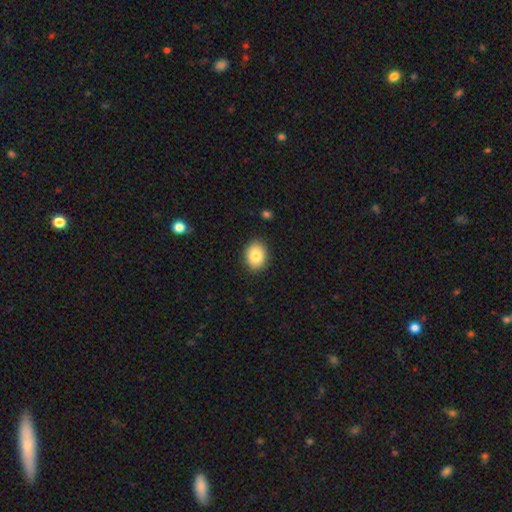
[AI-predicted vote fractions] smooth_or_featured: smooth (p=0.83) [alt: featured or disk p=0.09]
how_rounded: in between (p=0.57) [alt: round p=0.42]
merging: none (p=0.89) [alt: minor disturbance p=0.08]